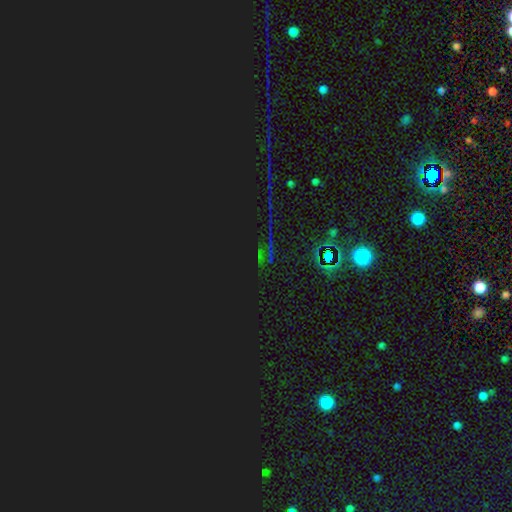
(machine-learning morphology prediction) Q: Smooth or featured?
A: star or artifact (85%); runner-up: smooth (8%)